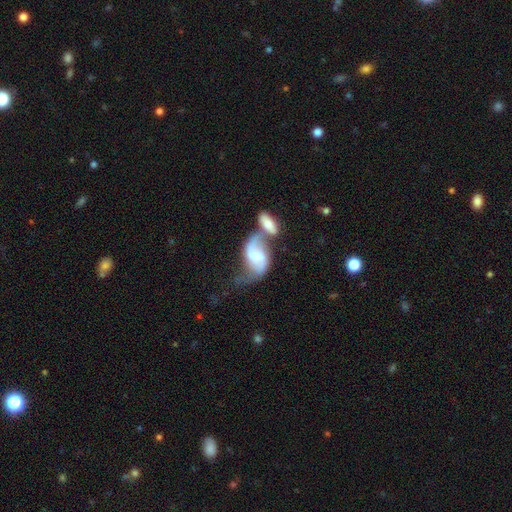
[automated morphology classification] This appears to be a featured or disk galaxy (74%) with a weak bar (42%), 2 (86%) loose (70%) spiral arms (90%) and a small central bulge (33%, tied with none). Merging: merger (53%).